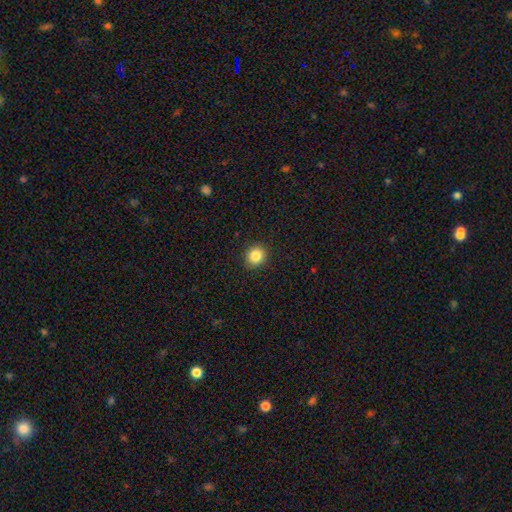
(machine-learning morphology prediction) Smooth or featured: smooth — 85% (star or artifact — 10%)
How rounded: round — 86% (in between — 13%)
Merging: none — 91% (minor disturbance — 6%)